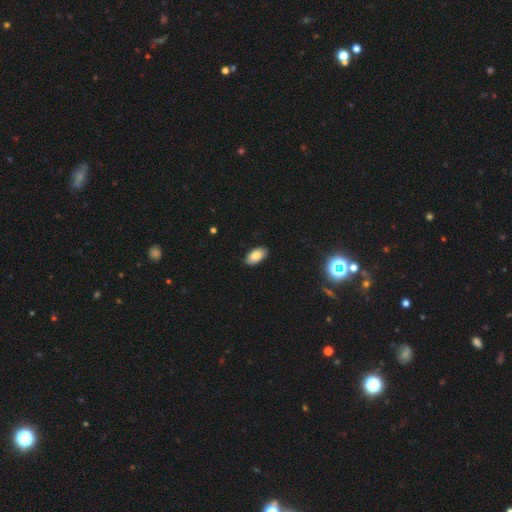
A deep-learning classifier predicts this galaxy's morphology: Smooth or featured? smooth (84%)
How rounded? in between (94%)
Merging? none (88%)